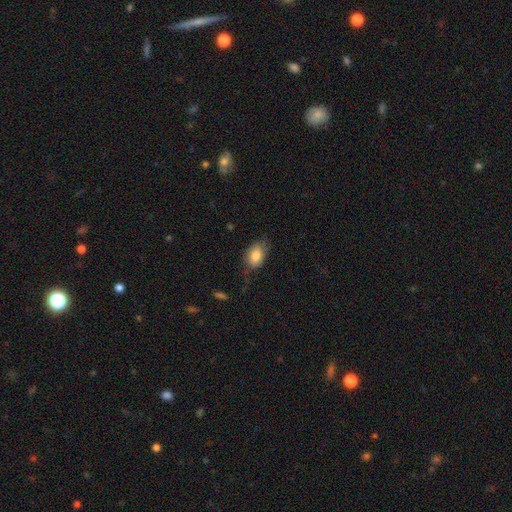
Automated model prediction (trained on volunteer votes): Smooth or featured? Predicted: smooth (p=0.83). How rounded? Predicted: in between (p=0.86). Merging? Predicted: none (p=0.65).